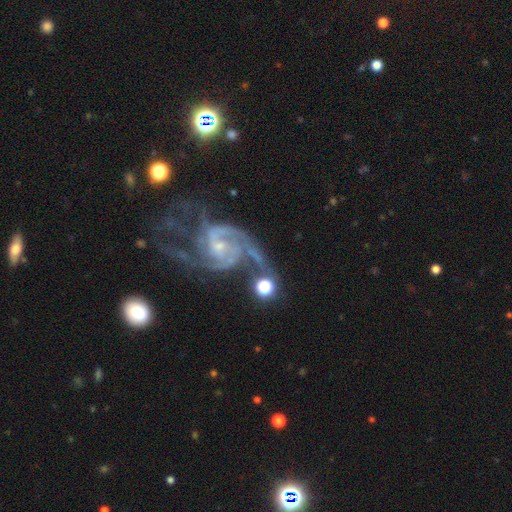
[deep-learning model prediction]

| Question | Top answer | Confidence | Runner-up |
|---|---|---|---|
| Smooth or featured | featured or disk | 91% | star or artifact (6%) |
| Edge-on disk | no | 98% | yes (2%) |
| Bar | no | 53% | weak (36%) |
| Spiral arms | yes | 98% | no (2%) |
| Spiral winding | medium | 52% | tight (30%) |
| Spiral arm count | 2 | 59% | 3 (17%) |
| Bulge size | small | 71% | moderate (21%) |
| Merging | none | 42% | major disturbance (29%) |